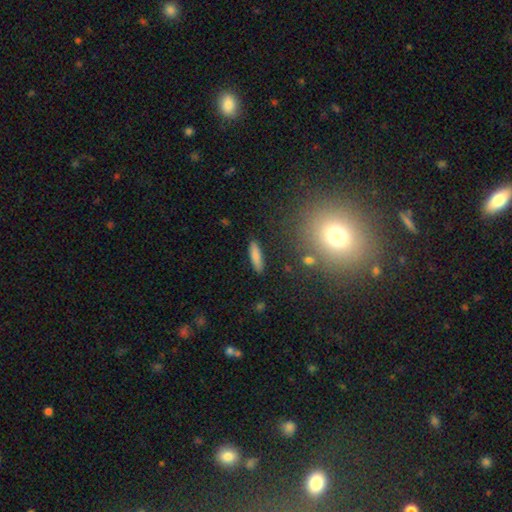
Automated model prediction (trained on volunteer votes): A smooth galaxy with no disk features (82%) that is cigar-shaped (73%). Merging: none (88%).